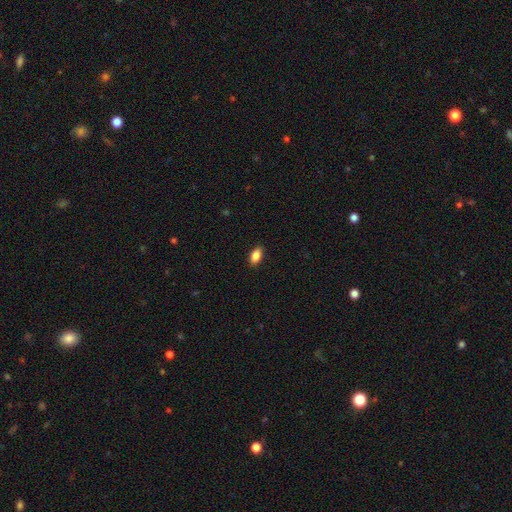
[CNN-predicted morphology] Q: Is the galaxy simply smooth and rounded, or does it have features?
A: smooth — 86%.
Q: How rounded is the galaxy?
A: in between — 90%.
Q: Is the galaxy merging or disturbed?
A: none — 89%.